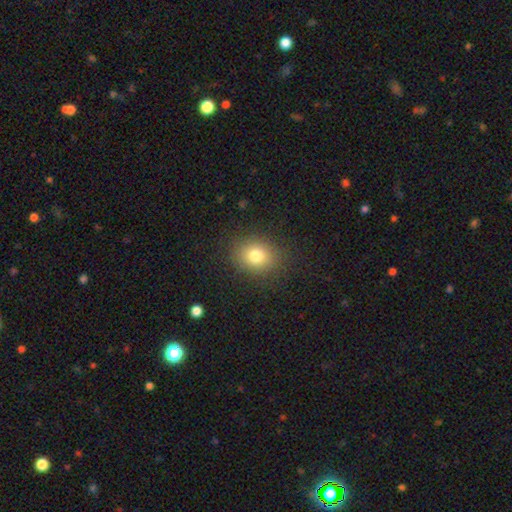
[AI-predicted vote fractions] Overall: smooth (79%). How rounded: round (63%; in between 36%). Merging: none (87%).